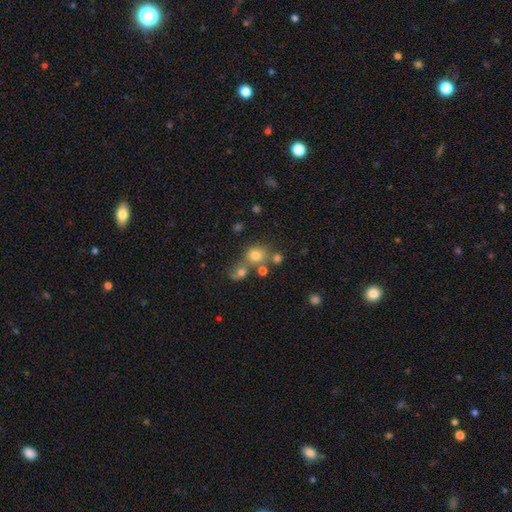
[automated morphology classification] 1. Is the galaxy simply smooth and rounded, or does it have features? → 73% smooth, 16% star or artifact, 11% featured or disk.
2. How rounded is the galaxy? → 79% round, 20% in between, 1% cigar-shaped.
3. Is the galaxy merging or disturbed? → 50% none, 34% merger, 10% minor disturbance, 6% major disturbance.